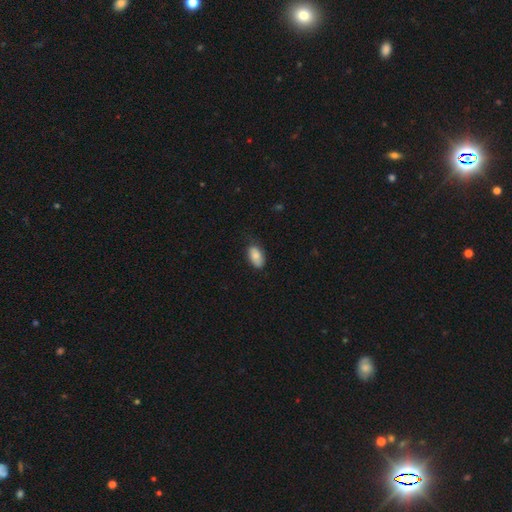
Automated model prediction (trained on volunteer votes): Morphology: type=smooth (83%); roundness=in between (93%); merging=none (73%).